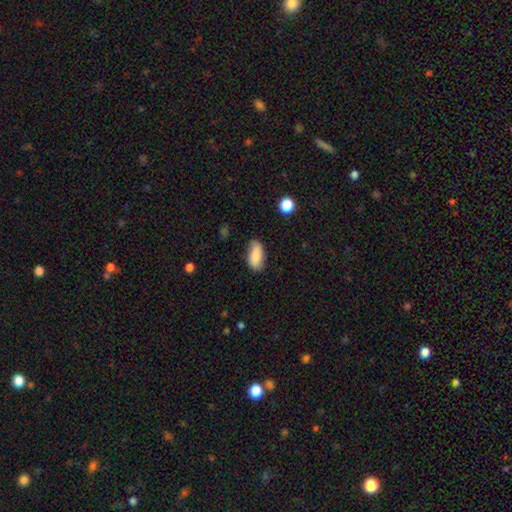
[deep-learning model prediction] Morphology: type=smooth (81%); roundness=in between (91%); merging=none (74%).